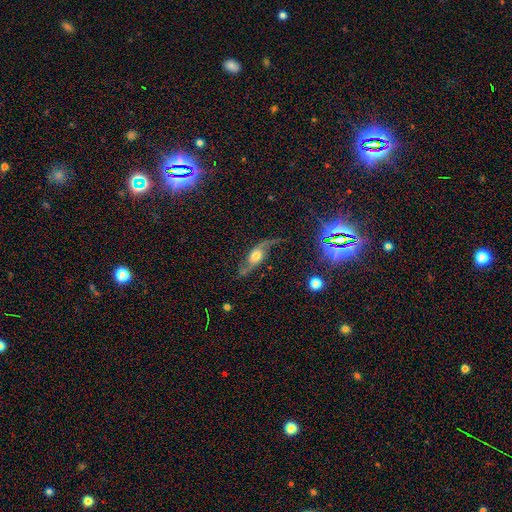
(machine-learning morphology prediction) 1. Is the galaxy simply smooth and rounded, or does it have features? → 80% featured or disk, 12% smooth, 8% star or artifact.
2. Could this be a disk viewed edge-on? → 83% no, 17% yes.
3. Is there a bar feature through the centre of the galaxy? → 66% no, 26% weak, 8% strong.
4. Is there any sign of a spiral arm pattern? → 94% yes, 6% no.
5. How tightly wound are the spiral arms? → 78% loose, 17% medium, 5% tight.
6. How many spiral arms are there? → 92% 2, 3% 1, 2% can't tell, 1% 3, 1% 4, 1% more than 4.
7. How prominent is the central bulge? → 56% moderate, 21% large, 17% small, 3% dominant, 3% none.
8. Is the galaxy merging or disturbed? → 69% none, 17% minor disturbance, 11% major disturbance, 2% merger.